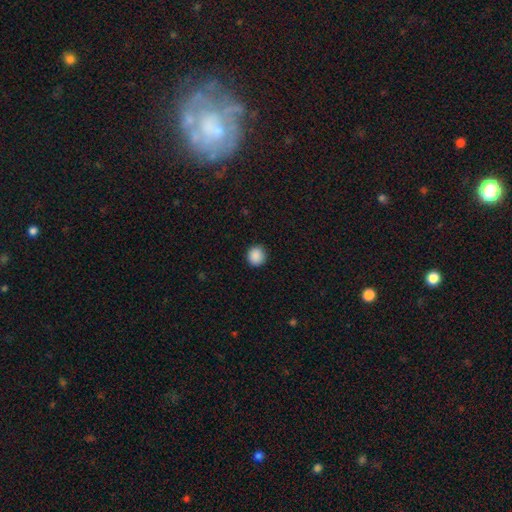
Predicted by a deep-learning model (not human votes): Smooth or featured? smooth (89%)
How rounded? round (92%)
Merging? none (91%)